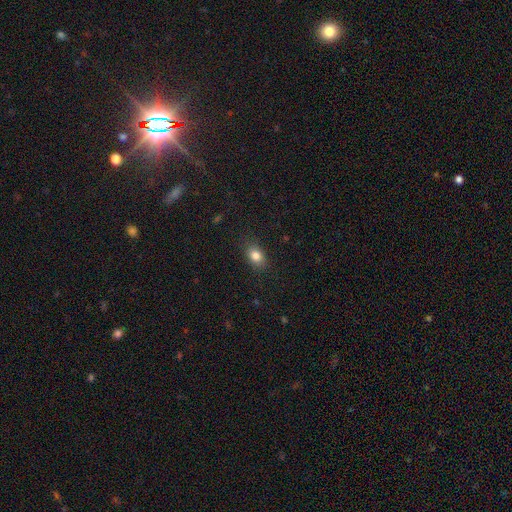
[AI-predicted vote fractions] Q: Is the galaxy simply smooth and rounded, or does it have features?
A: smooth — 83%.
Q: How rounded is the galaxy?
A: in between — 73%.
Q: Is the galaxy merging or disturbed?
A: none — 84%.